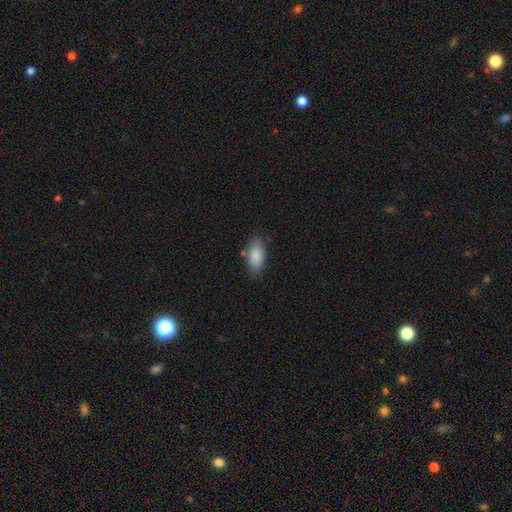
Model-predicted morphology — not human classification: A smooth galaxy with no disk features (85%) that is in between round and cigar-shaped (90%). Merging: none (76%).